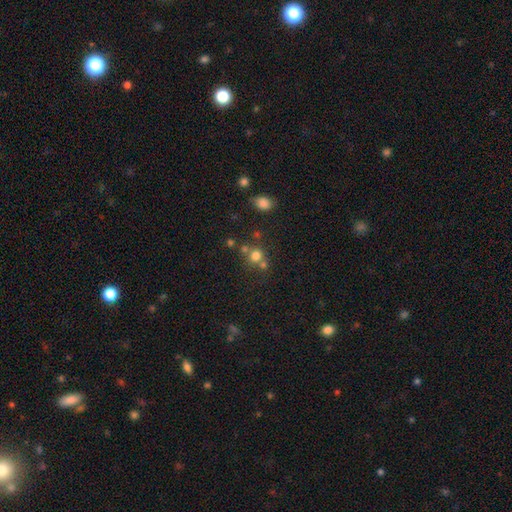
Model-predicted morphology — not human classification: Smooth or featured? Predicted: smooth (p=0.72). How rounded? Predicted: round (p=0.83). Merging? Predicted: none (p=0.52).